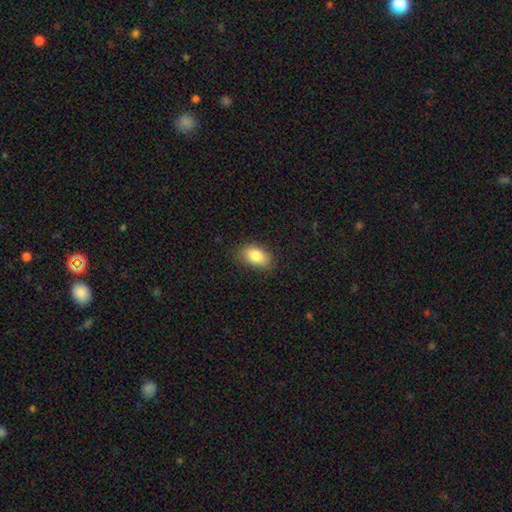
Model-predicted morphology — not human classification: Smooth or featured: smooth — 85% (star or artifact — 8%)
How rounded: in between — 90% (round — 8%)
Merging: none — 82% (minor disturbance — 14%)